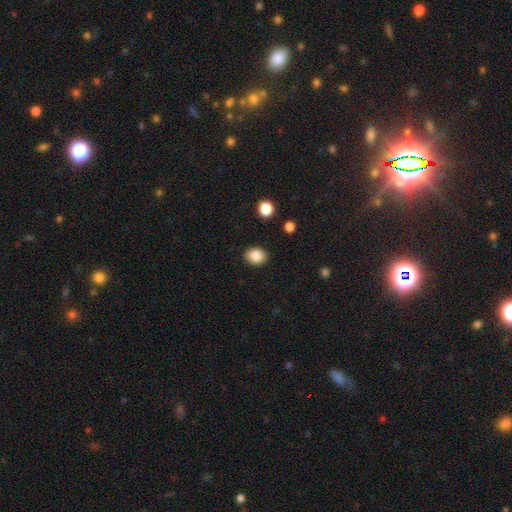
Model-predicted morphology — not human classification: A smooth galaxy with no disk features (86%) that is round (51%). Merging: none (89%).